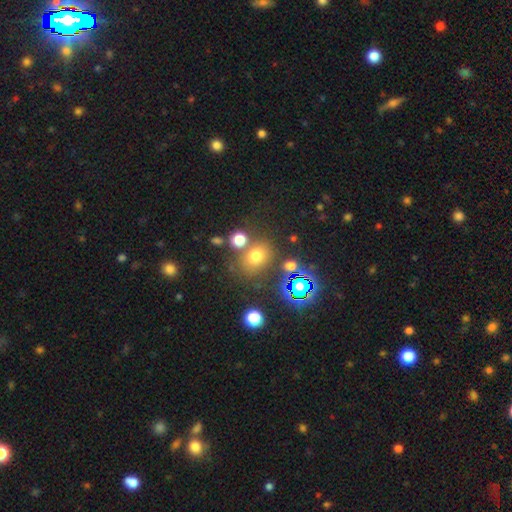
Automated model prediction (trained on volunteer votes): Smooth or featured: smooth — 67% (star or artifact — 23%)
How rounded: round — 63% (in between — 36%)
Merging: none — 66% (merger — 16%)